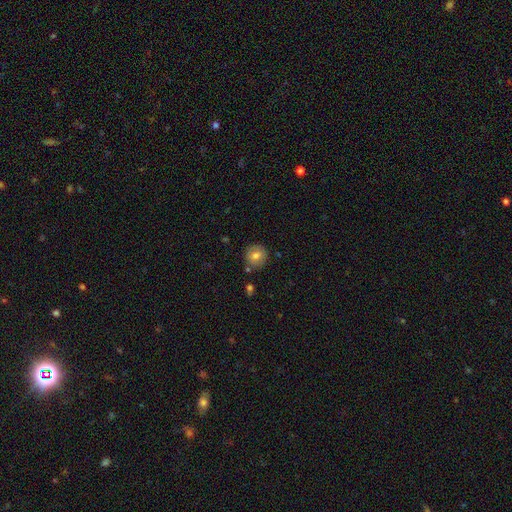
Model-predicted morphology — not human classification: Smooth or featured: smooth — 75% (featured or disk — 16%)
How rounded: round — 92% (in between — 7%)
Merging: none — 85% (minor disturbance — 9%)